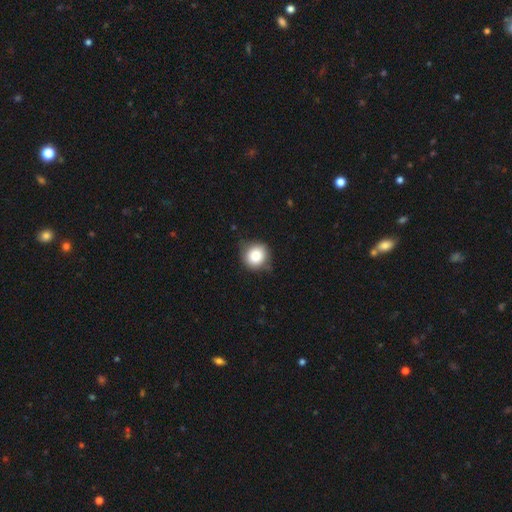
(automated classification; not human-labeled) This appears to be a smooth galaxy with no disk features (81%) that is round (87%). Merging: none (72%).